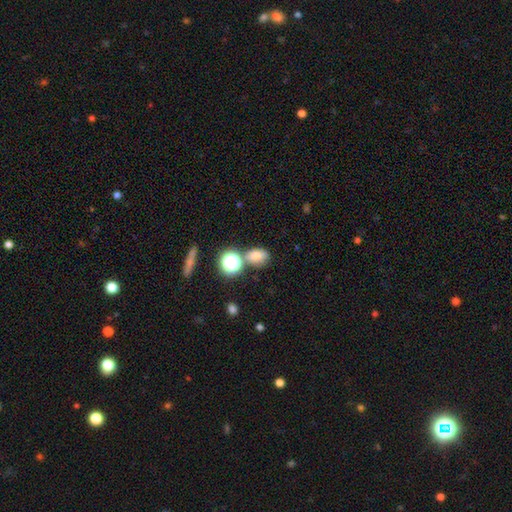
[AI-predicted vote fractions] Smooth or featured?
  - smooth: 73% *
  - star or artifact: 18%
  - featured or disk: 9%
How rounded?
  - in between: 69% *
  - round: 29%
  - cigar-shaped: 2%
Merging?
  - none: 61% *
  - merger: 19%
  - minor disturbance: 15%
  - major disturbance: 5%